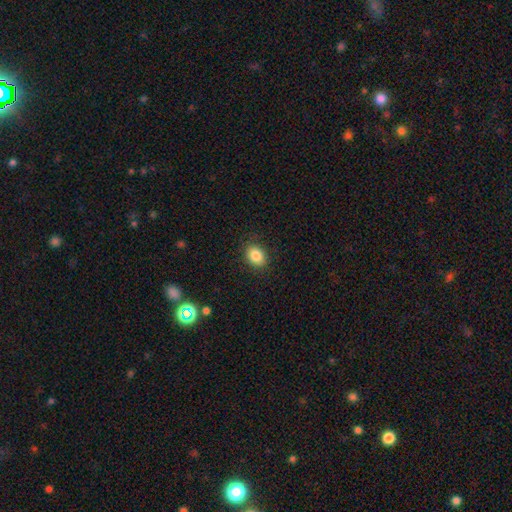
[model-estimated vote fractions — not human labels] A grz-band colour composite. It shows a smooth galaxy with no disk features (85%) that is in between round and cigar-shaped (60%). Merging: none (88%).